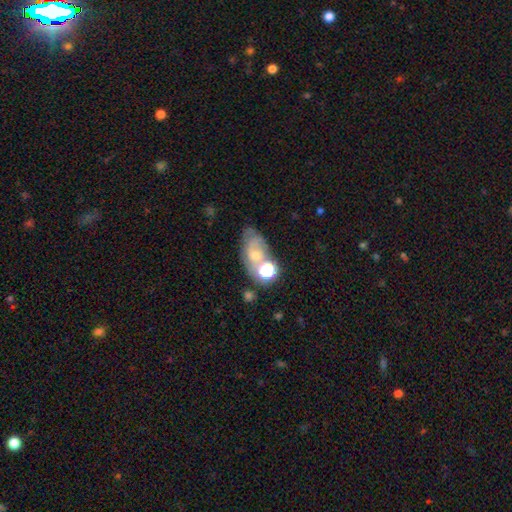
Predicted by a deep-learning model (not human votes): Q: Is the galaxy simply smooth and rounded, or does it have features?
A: smooth — 46%.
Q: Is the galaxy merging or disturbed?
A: none — 38%.